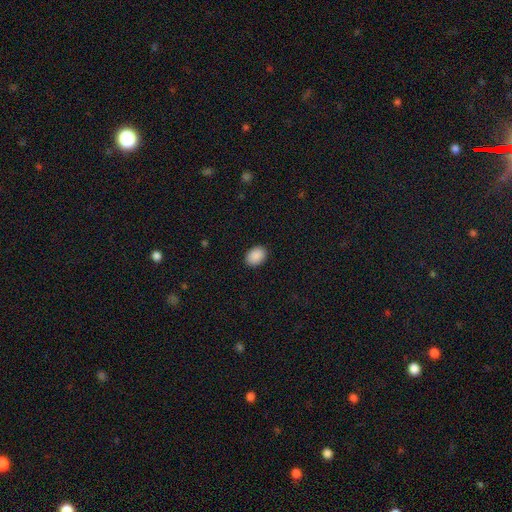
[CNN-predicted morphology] A smooth galaxy with no disk features (90%) that is in between round and cigar-shaped (77%).

Vote fractions:
- Smooth or featured? smooth: 90% / star or artifact: 7% / featured or disk: 2%
- How rounded? in between: 77% / round: 22% / cigar-shaped: 1%
- Merging? none: 90% / minor disturbance: 7% / major disturbance: 2% / merger: 1%